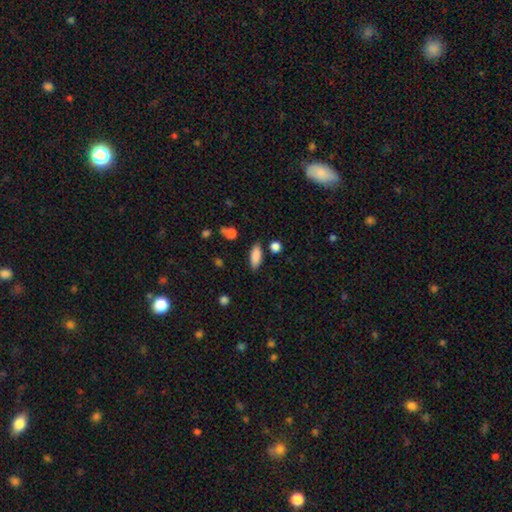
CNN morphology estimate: Q: Smooth or featured?
A: smooth (87%); runner-up: star or artifact (7%)
Q: How rounded?
A: in between (75%); runner-up: cigar-shaped (22%)
Q: Merging?
A: none (81%); runner-up: minor disturbance (12%)